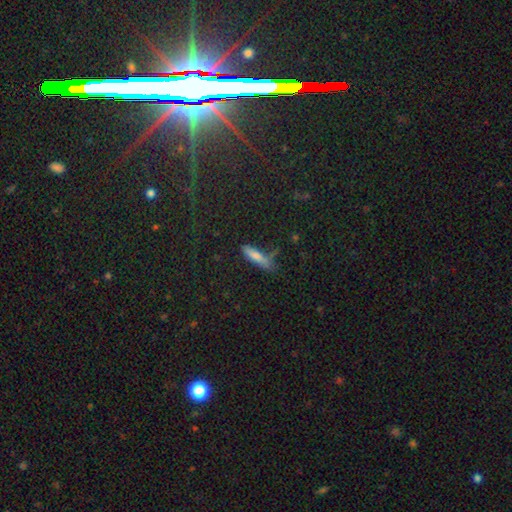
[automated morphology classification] The model was most divided on "merging": none: 59%, minor disturbance: 25%, major disturbance: 10%, merger: 6%. More confident: how rounded — cigar-shaped (77%); smooth or featured — smooth (69%).